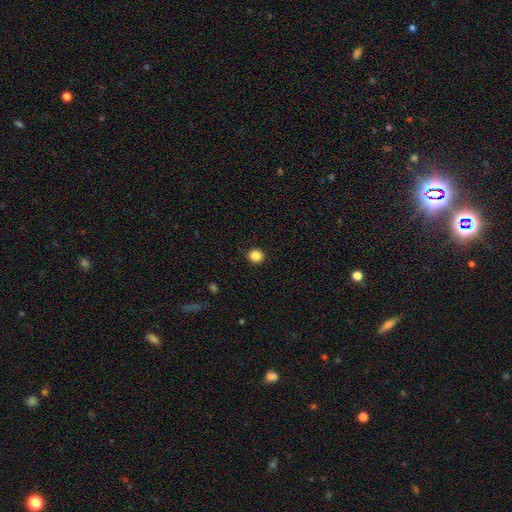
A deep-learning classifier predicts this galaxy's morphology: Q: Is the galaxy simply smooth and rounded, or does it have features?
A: smooth — 86%.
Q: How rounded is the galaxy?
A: round — 90%.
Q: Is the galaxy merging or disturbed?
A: none — 92%.